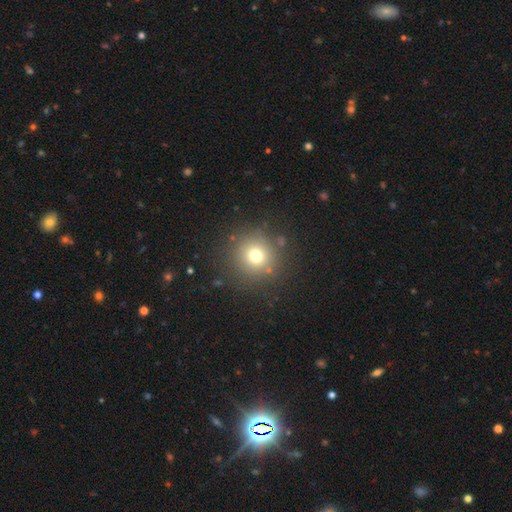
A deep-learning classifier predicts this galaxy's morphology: The model was most divided on "smooth or featured": smooth: 72%, star or artifact: 17%, featured or disk: 11%. More confident: how rounded — round (94%); merging — none (85%).